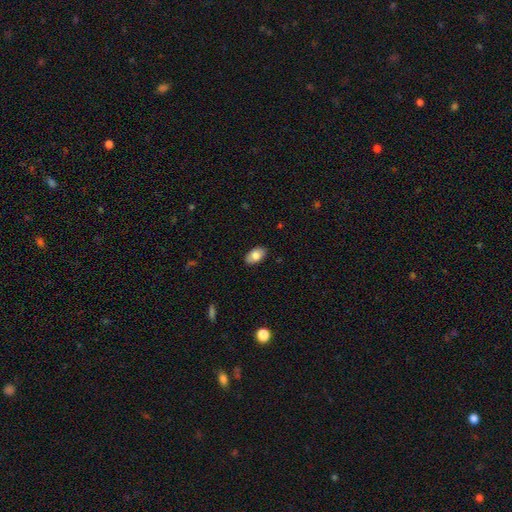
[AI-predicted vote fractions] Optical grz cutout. It shows a smooth galaxy with no disk features (81%) that is in between round and cigar-shaped (94%). Merging: none (87%).